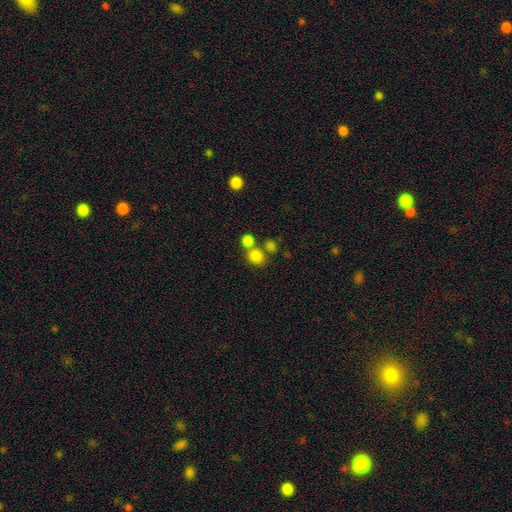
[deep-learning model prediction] A smooth galaxy with no disk features (80%) that is round (81%).

Vote fractions:
- Smooth or featured? smooth: 80% / star or artifact: 13% / featured or disk: 7%
- How rounded? round: 81% / in between: 18% / cigar-shaped: 1%
- Merging? none: 57% / merger: 32% / minor disturbance: 8% / major disturbance: 4%